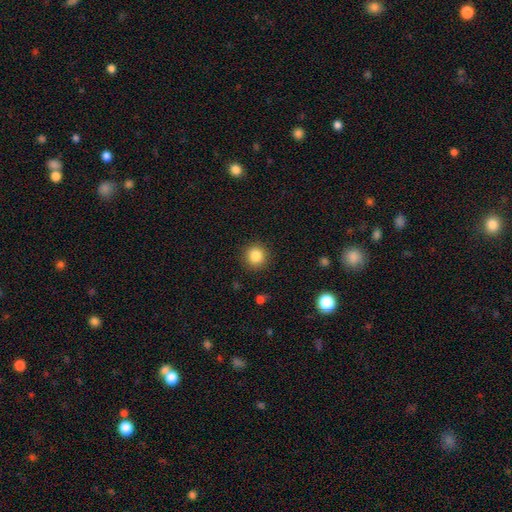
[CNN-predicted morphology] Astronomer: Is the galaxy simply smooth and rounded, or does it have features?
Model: smooth — 84%.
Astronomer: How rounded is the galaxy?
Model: round — 94%.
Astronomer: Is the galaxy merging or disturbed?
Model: none — 91%.